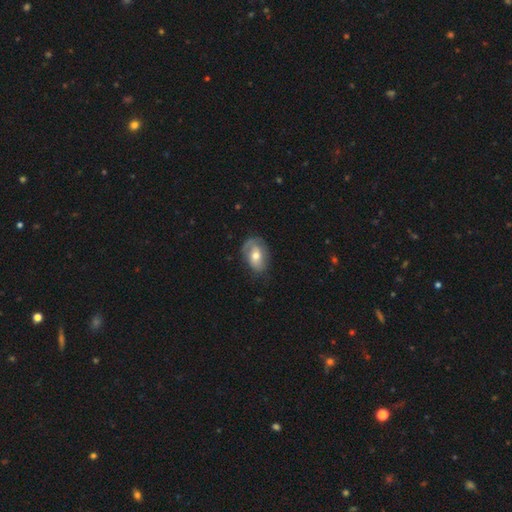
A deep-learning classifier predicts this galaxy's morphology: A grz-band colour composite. It shows a featured or disk galaxy (47%). Merging: none (58%).